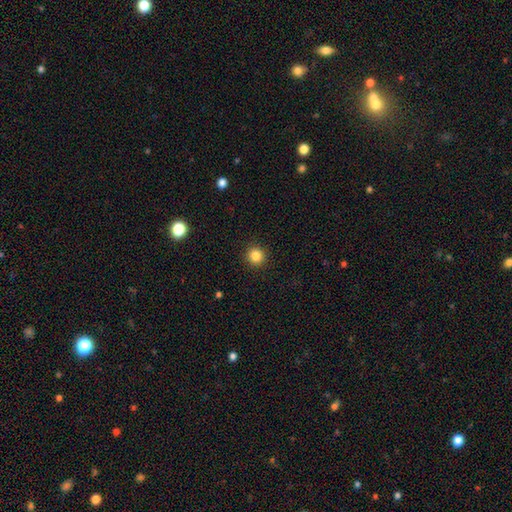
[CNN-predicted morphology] Smooth or featured? smooth (84%)
How rounded? round (95%)
Merging? none (93%)